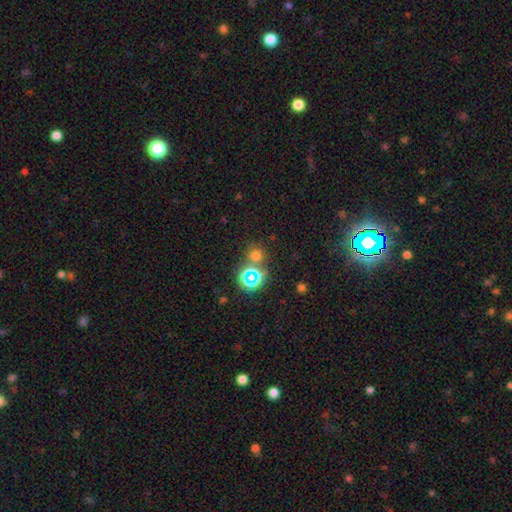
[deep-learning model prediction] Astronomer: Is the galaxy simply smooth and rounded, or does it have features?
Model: smooth — 60%.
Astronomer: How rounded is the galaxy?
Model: round — 89%.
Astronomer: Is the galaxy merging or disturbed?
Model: none — 71%.